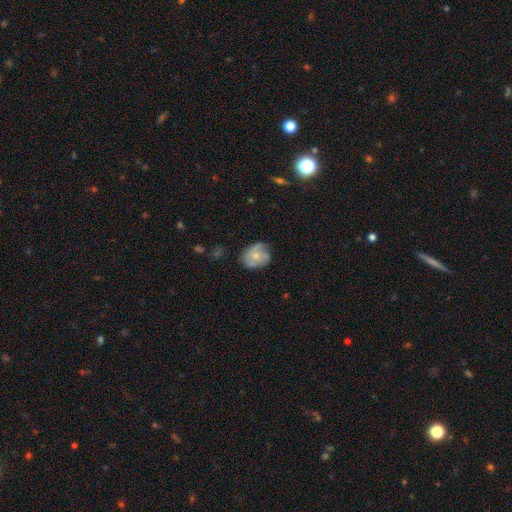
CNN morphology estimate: Overall: smooth (46%, tied with featured or disk). Merging: none (62%; minor disturbance 27%).